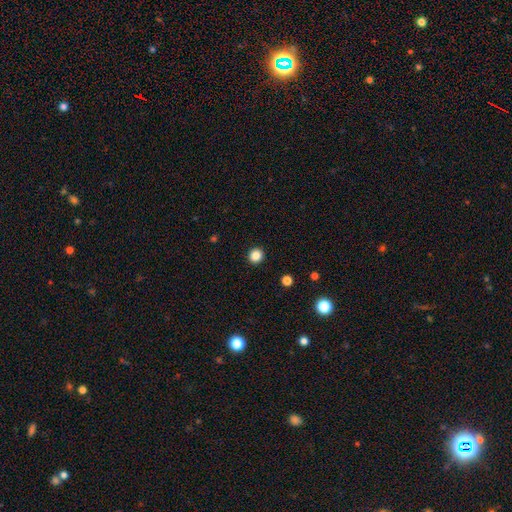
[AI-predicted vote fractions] Q: Smooth or featured?
A: smooth (86%); runner-up: star or artifact (11%)
Q: How rounded?
A: round (92%); runner-up: in between (7%)
Q: Merging?
A: none (93%); runner-up: minor disturbance (4%)